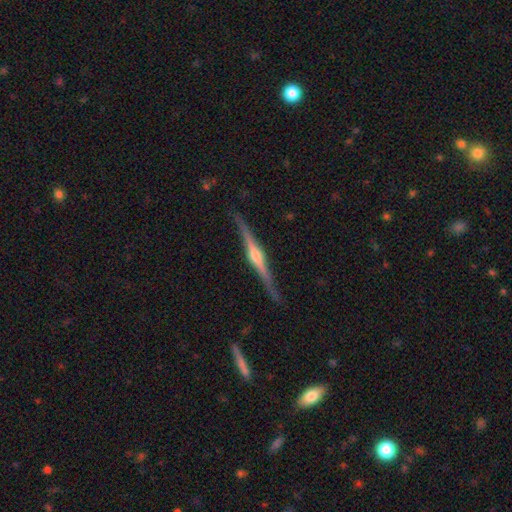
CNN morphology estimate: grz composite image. It shows a featured or disk galaxy (86%) viewed edge-on (98%) with a rounded central bulge (90%). Merging: none (88%).